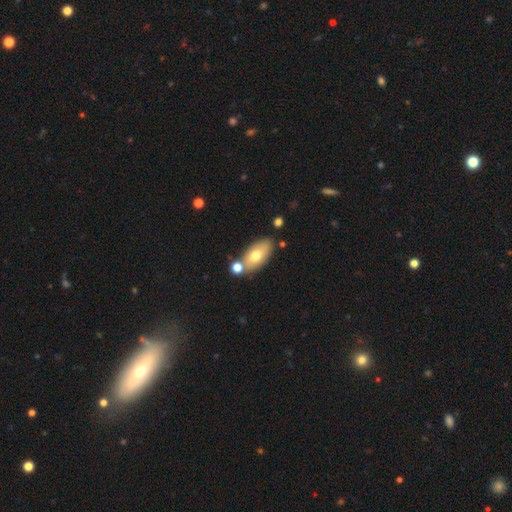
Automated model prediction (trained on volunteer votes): smooth-or-featured: smooth: 70% | featured or disk: 22% | star or artifact: 7%
  how-rounded: in between: 90% | cigar-shaped: 5% | round: 5%
  merging: none: 69% | merger: 15% | minor disturbance: 12% | major disturbance: 3%